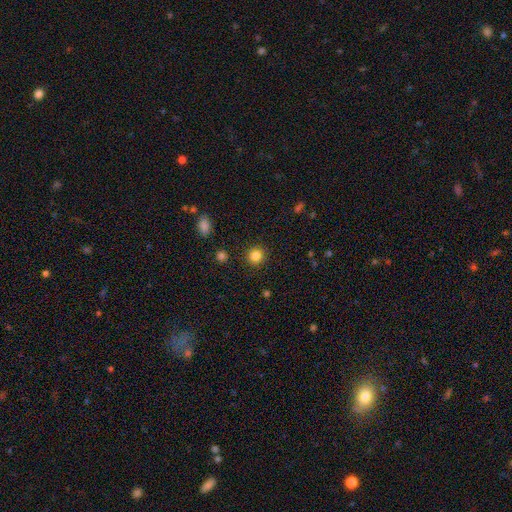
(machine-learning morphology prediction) A smooth galaxy with no disk features (84%) that is round (91%).

Vote fractions:
- Smooth or featured? smooth: 84% / star or artifact: 12% / featured or disk: 5%
- How rounded? round: 91% / in between: 8% / cigar-shaped: 1%
- Merging? none: 92% / minor disturbance: 5% / major disturbance: 2% / merger: 1%